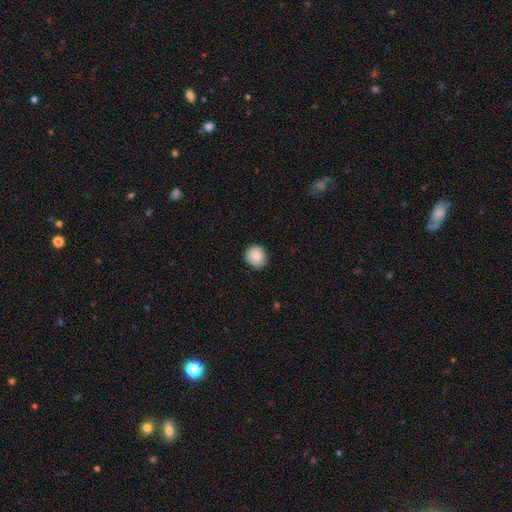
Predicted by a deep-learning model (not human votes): Morphology: type=smooth (86%); roundness=round (87%); merging=none (88%).